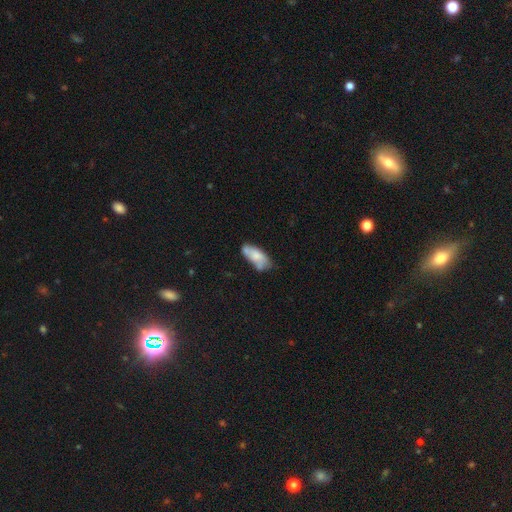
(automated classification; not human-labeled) This appears to be a smooth galaxy with no disk features (68%) that is in between round and cigar-shaped (83%). Merging: none (50%).